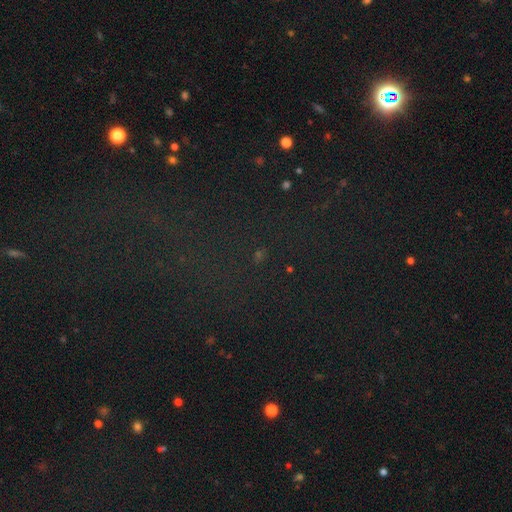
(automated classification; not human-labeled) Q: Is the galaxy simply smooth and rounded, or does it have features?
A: star or artifact — 74%.